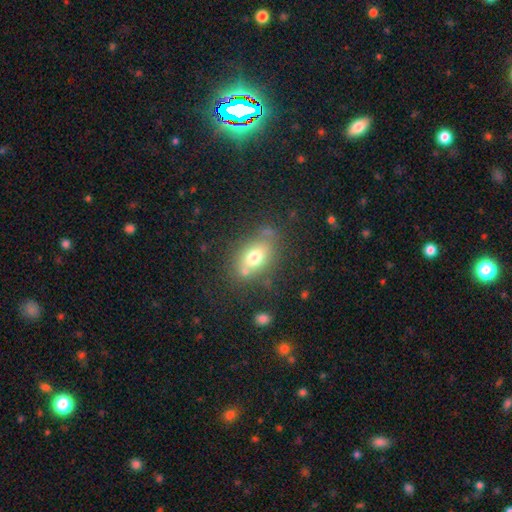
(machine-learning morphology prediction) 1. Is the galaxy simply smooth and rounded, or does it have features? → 68% smooth, 18% featured or disk, 14% star or artifact.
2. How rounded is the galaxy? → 77% in between, 19% round, 5% cigar-shaped.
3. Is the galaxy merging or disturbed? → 69% none, 15% minor disturbance, 11% merger, 4% major disturbance.